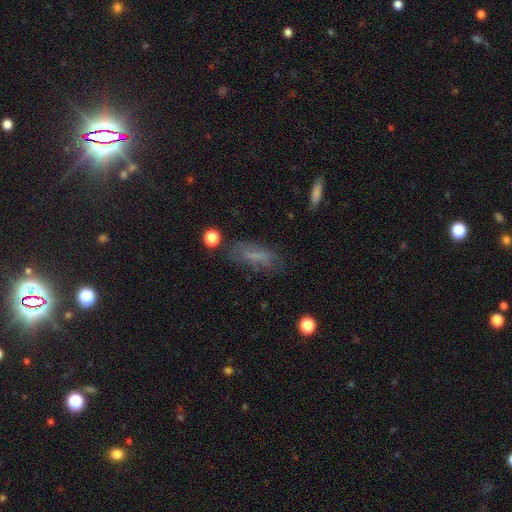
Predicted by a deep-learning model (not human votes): A smooth galaxy with no disk features (60%) that is in between round and cigar-shaped (56%). Merging: none (65%).